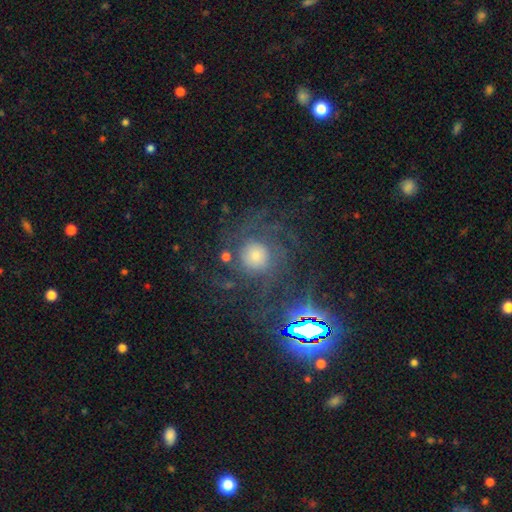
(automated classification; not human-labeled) This is possibly a featured or disk galaxy (57%). It is clearly not viewed edge-on (95%). Bar: clearly no (80%). Spiral arm pattern: clearly yes (88%). Central bulge: marginally moderate (40%). Merging: likely none (67%).